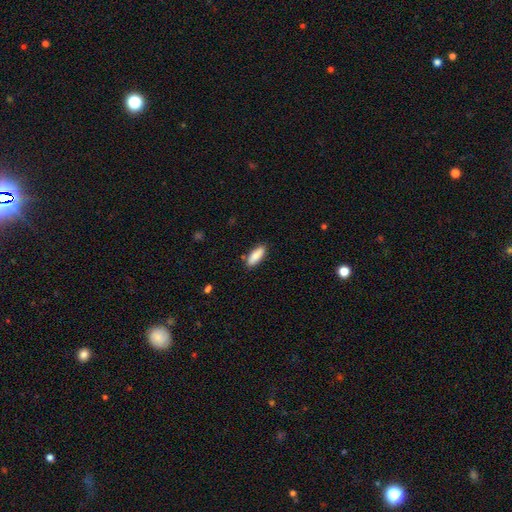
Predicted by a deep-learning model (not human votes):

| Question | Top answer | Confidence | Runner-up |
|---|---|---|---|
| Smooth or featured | smooth | 87% | featured or disk (7%) |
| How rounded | in between | 64% | cigar-shaped (34%) |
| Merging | none | 84% | minor disturbance (11%) |